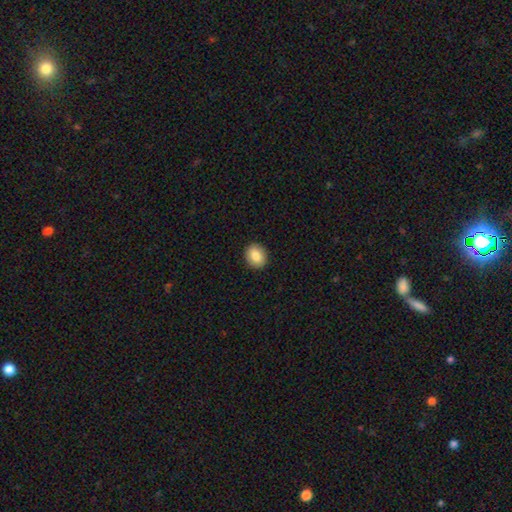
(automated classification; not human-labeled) Q: Smooth or featured?
A: smooth (85%); runner-up: star or artifact (8%)
Q: How rounded?
A: round (59%); runner-up: in between (40%)
Q: Merging?
A: none (91%); runner-up: minor disturbance (6%)